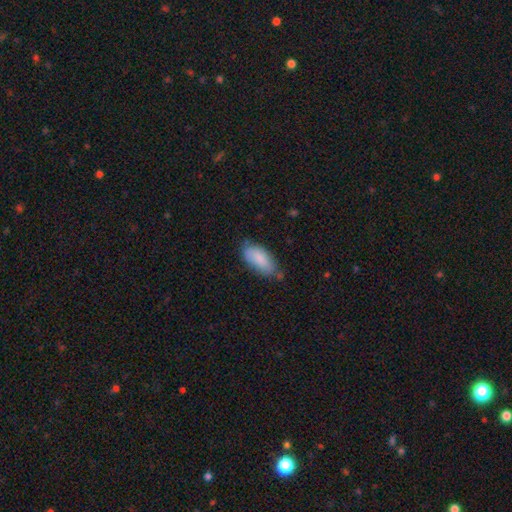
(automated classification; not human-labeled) A smooth galaxy with no disk features (84%) that is in between round and cigar-shaped (88%).

Vote fractions:
- Smooth or featured? smooth: 84% / featured or disk: 10% / star or artifact: 6%
- How rounded? in between: 88% / cigar-shaped: 10% / round: 2%
- Merging? none: 59% / minor disturbance: 32% / major disturbance: 6% / merger: 4%